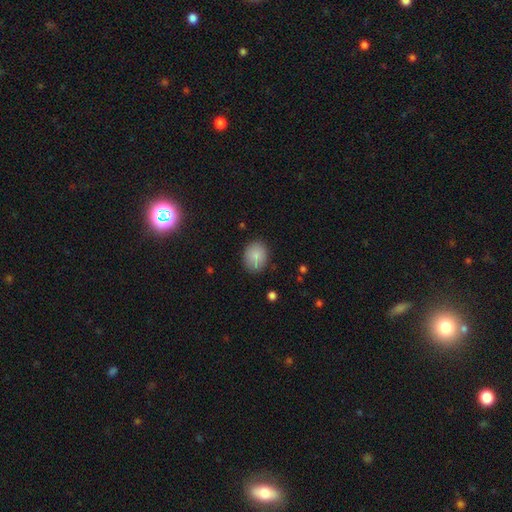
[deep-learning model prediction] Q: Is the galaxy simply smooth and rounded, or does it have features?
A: smooth — 85%.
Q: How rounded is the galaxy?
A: round — 52%.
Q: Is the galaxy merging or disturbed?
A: none — 83%.